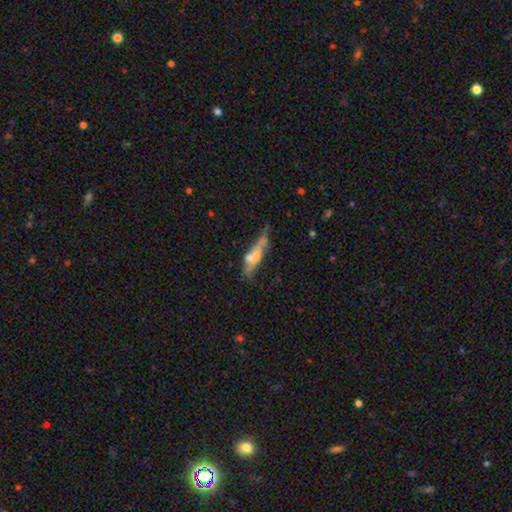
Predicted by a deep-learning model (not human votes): A featured or disk galaxy (48%). Merging: none (40%).